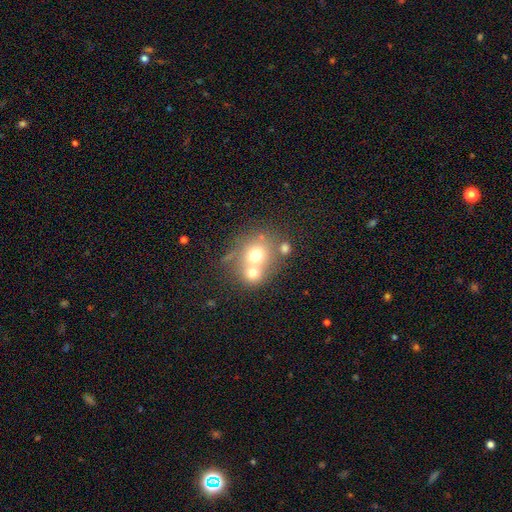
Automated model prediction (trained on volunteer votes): smooth-or-featured: smooth: 65% | featured or disk: 22% | star or artifact: 13%
  how-rounded: round: 77% | in between: 23% | cigar-shaped: 1%
  merging: merger: 53% | none: 35% | minor disturbance: 7% | major disturbance: 4%